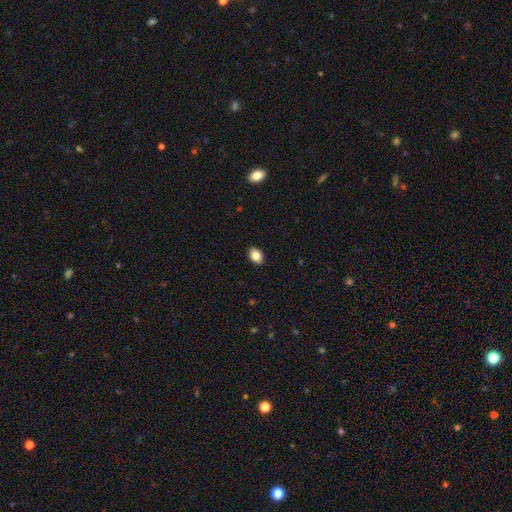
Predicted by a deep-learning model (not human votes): Smooth or featured: smooth — 85% (star or artifact — 9%)
How rounded: in between — 81% (round — 18%)
Merging: none — 90% (minor disturbance — 7%)